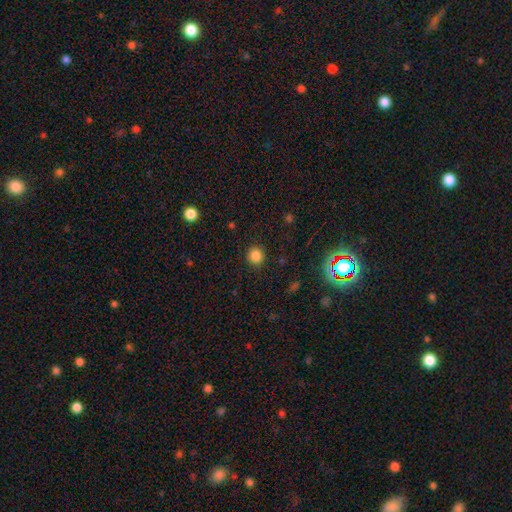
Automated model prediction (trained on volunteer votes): The model was most divided on "smooth or featured": smooth: 84%, star or artifact: 12%, featured or disk: 4%. More confident: merging — none (89%); how rounded — round (88%).